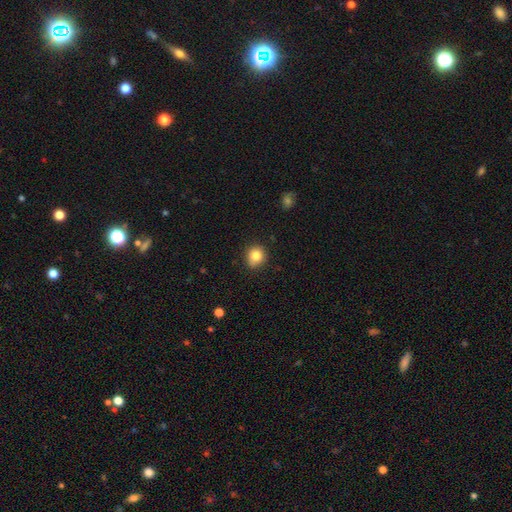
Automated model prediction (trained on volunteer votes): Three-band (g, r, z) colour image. It shows a smooth galaxy with no disk features (84%) that is round (84%). Merging: none (84%).